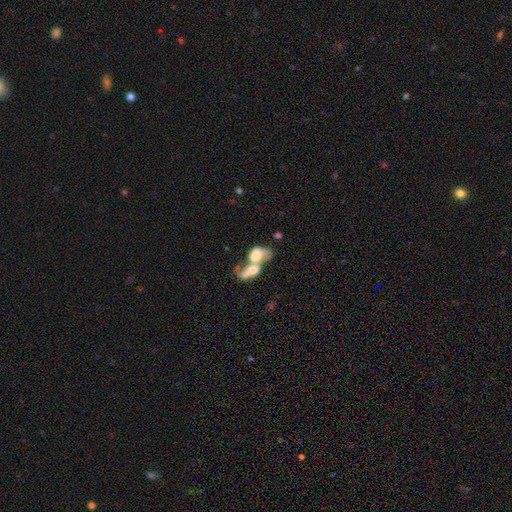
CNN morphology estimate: type=smooth (56%); roundness=in between (80%); merging=merger (78%).